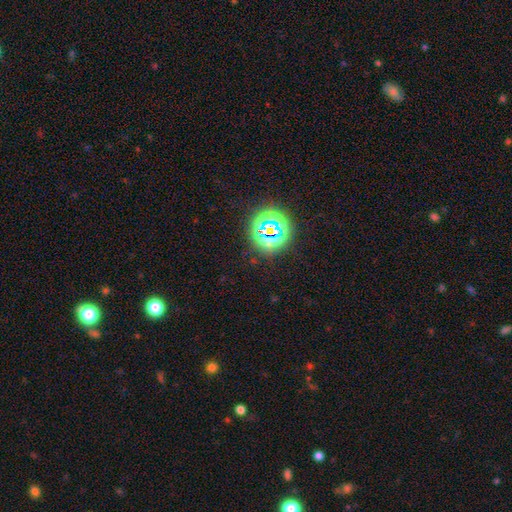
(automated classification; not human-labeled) This is likely a star or artifact rather than a galaxy (78%).